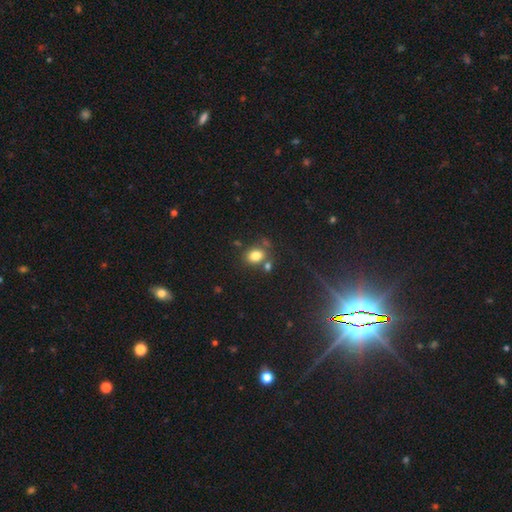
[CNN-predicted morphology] This is clearly a smooth galaxy (80%). How rounded: possibly in between (59%). Merging: likely none (65%).